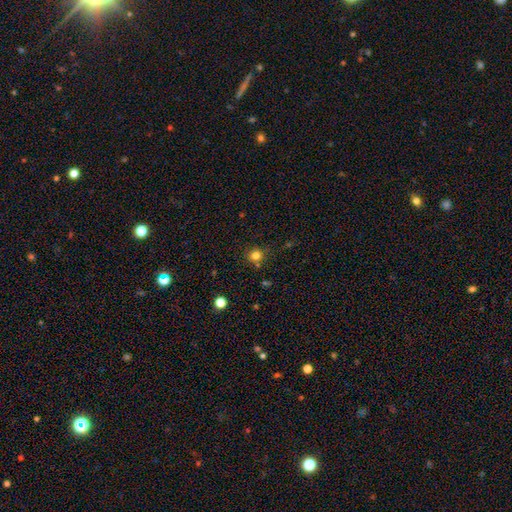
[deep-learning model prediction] The model was most divided on "smooth or featured": smooth: 79%, star or artifact: 15%, featured or disk: 5%. More confident: how rounded — round (88%); merging — none (77%).